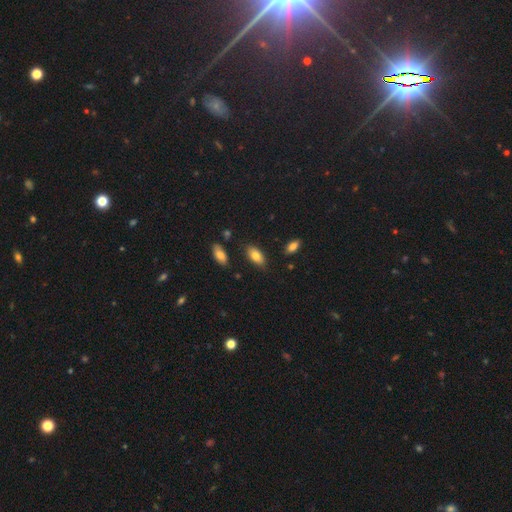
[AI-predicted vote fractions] smooth 78%, featured or disk 14%, star or artifact 7%. Down the decision tree: how rounded — in between (91%); merging — none (81%).